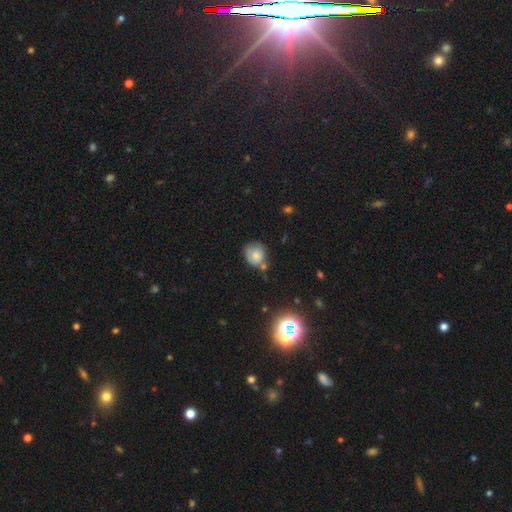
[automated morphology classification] A smooth galaxy with no disk features (69%) that is round (76%). Merging: none (55%).